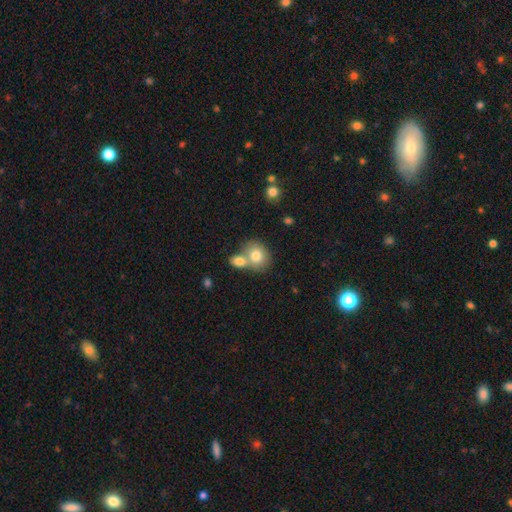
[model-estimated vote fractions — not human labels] smooth 78%, featured or disk 13%, star or artifact 8%. Down the decision tree: how rounded — round (56%); merging — merger (52%).